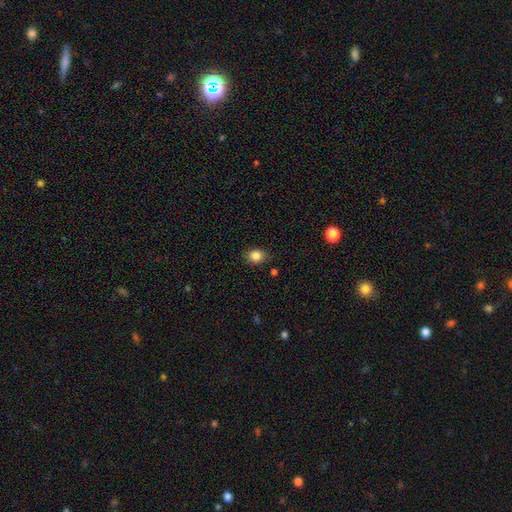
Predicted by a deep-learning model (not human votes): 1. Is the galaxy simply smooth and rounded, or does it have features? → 84% smooth, 10% star or artifact, 5% featured or disk.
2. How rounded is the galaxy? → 58% round, 41% in between, 1% cigar-shaped.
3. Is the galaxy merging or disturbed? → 81% none, 14% minor disturbance, 3% major disturbance, 2% merger.